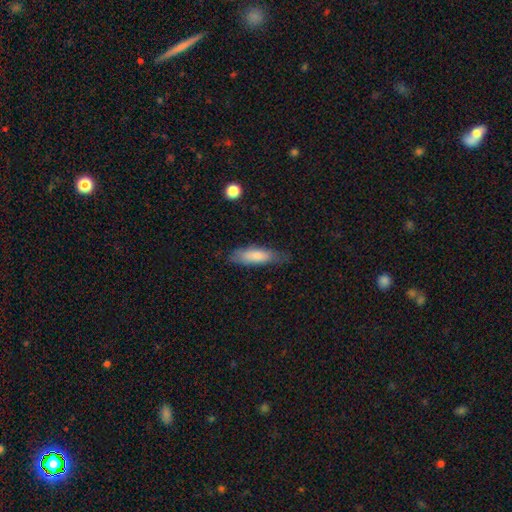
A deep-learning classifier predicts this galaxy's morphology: smooth_or_featured: smooth (p=0.80) [alt: featured or disk p=0.14]
how_rounded: cigar-shaped (p=0.52) [alt: in between p=0.46]
merging: none (p=0.71) [alt: minor disturbance p=0.22]